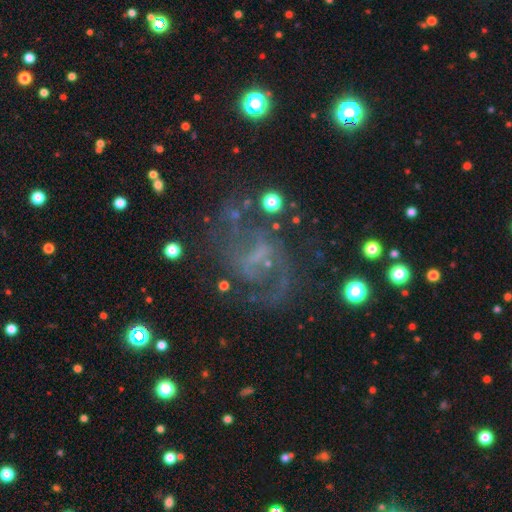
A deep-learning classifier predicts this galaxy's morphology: Smooth or featured: featured or disk — 72% (star or artifact — 17%)
Edge-on disk: no — 97% (yes — 3%)
Bar: weak — 46% (no — 27%)
Spiral arms: yes — 80% (no — 20%)
Spiral winding: medium — 48% (loose — 33%)
Spiral arm count: 2 — 65% (can't tell — 19%)
Bulge size: none — 51% (small — 33%)
Merging: none — 57% (major disturbance — 22%)